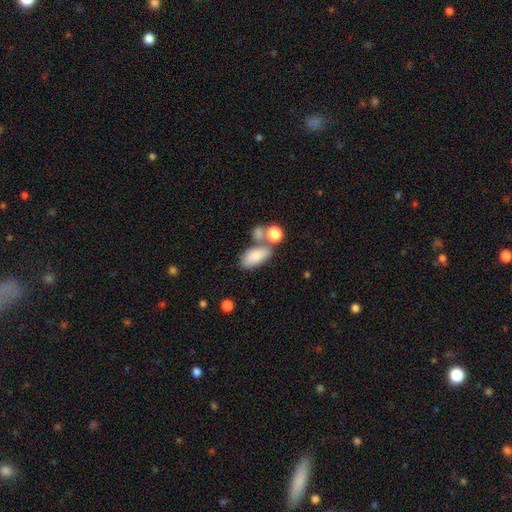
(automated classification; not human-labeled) A smooth galaxy with no disk features (79%) that is in between round and cigar-shaped (89%).

Vote fractions:
- Smooth or featured? smooth: 79% / featured or disk: 13% / star or artifact: 8%
- How rounded? in between: 89% / cigar-shaped: 6% / round: 5%
- Merging? none: 47% / merger: 31% / minor disturbance: 15% / major disturbance: 7%